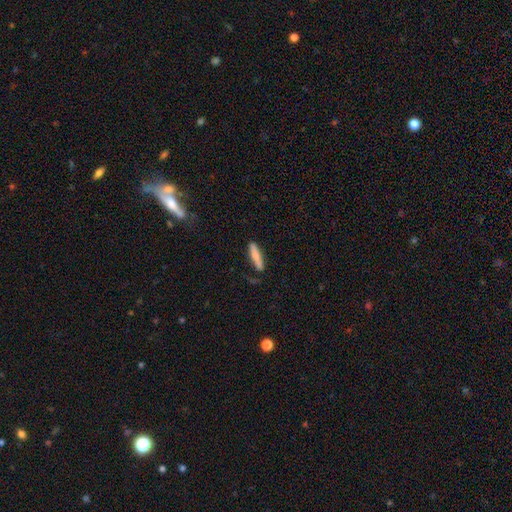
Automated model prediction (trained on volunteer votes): This appears to be a smooth galaxy with no disk features (72%) that is cigar-shaped (85%). Merging: none (83%).